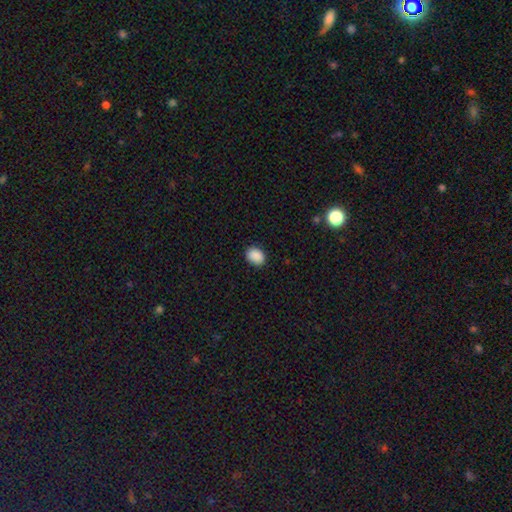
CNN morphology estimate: Smooth or featured? Predicted: smooth (p=0.89). How rounded? Predicted: in between (p=0.63). Merging? Predicted: none (p=0.88).